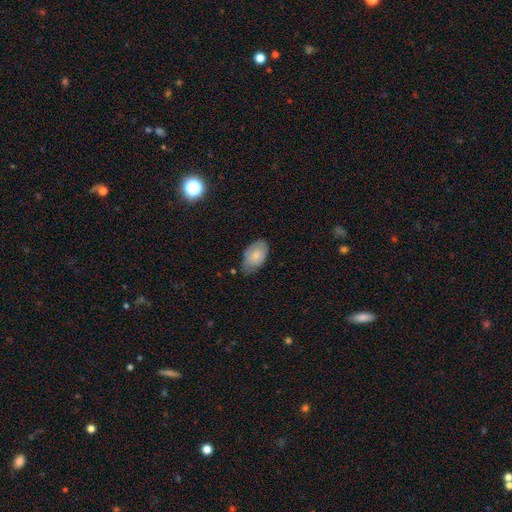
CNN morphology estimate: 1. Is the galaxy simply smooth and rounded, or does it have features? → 78% smooth, 16% featured or disk, 7% star or artifact.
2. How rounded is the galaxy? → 93% in between, 6% round, 2% cigar-shaped.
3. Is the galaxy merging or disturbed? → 61% none, 32% minor disturbance, 5% major disturbance, 2% merger.